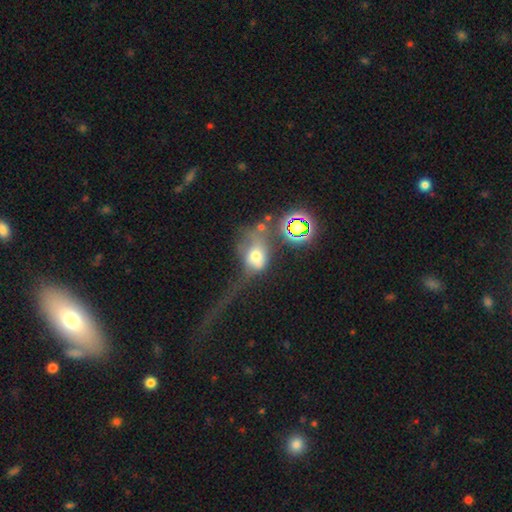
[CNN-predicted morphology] smooth-or-featured: smooth: 51% | featured or disk: 31% | star or artifact: 18%
  how-rounded: in between: 66% | round: 32% | cigar-shaped: 3%
  merging: major disturbance: 55% | merger: 17% | none: 15% | minor disturbance: 13%